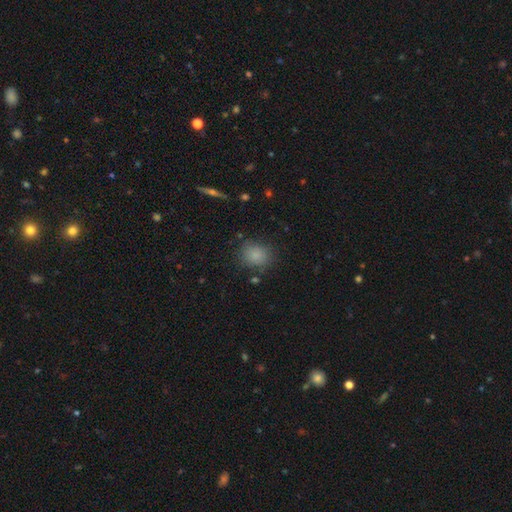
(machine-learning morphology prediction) The model was most divided on "how rounded": round: 68%, in between: 30%, cigar-shaped: 1%. More confident: smooth or featured — smooth (83%); merging — none (82%).